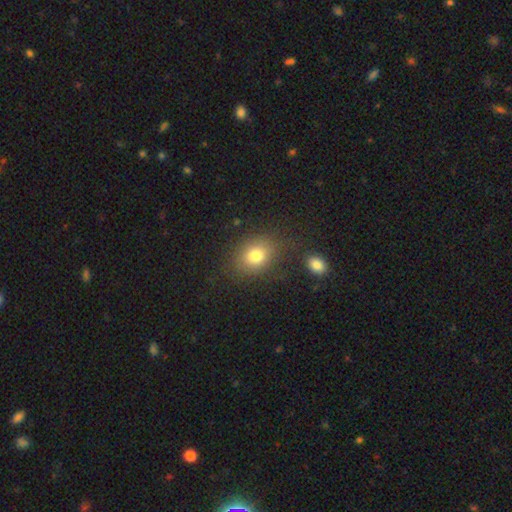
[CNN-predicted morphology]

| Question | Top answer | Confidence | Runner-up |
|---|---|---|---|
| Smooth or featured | smooth | 79% | star or artifact (12%) |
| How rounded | in between | 54% | round (45%) |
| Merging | none | 76% | minor disturbance (13%) |